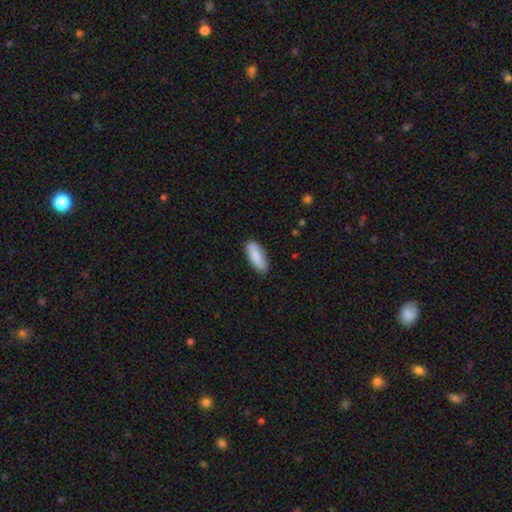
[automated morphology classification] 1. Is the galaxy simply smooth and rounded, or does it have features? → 86% smooth, 8% featured or disk, 6% star or artifact.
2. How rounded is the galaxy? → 71% in between, 28% cigar-shaped, 2% round.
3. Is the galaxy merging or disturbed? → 85% none, 12% minor disturbance, 2% major disturbance, 1% merger.